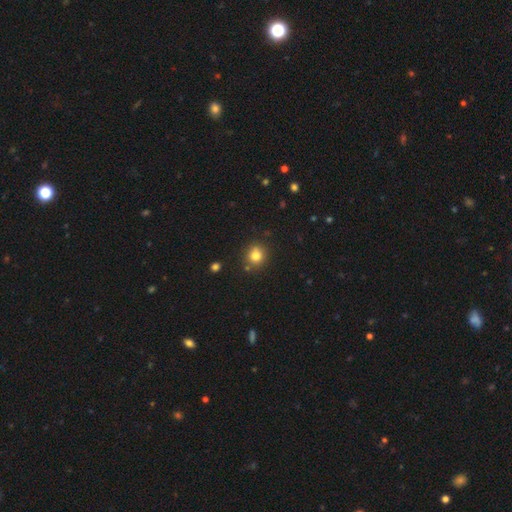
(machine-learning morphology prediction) Q: Smooth or featured?
A: smooth (80%); runner-up: star or artifact (13%)
Q: How rounded?
A: round (82%); runner-up: in between (17%)
Q: Merging?
A: none (82%); runner-up: minor disturbance (10%)